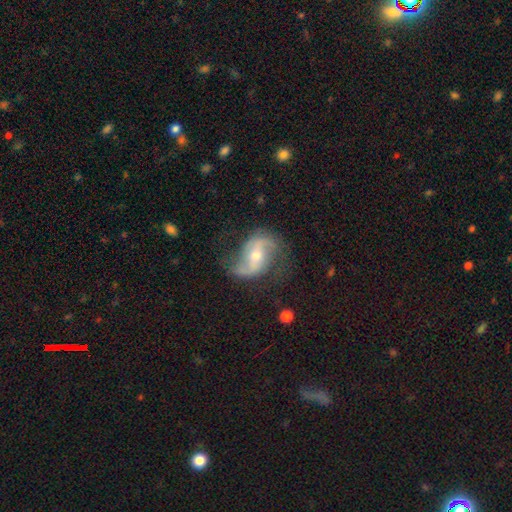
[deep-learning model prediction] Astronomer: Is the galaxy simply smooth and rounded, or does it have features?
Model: featured or disk — 85%.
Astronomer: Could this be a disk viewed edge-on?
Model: no — 96%.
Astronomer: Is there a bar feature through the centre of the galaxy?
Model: weak — 38% (runner-up: strong, 33%).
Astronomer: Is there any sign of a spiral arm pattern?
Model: yes — 94%.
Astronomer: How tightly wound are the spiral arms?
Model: loose — 63%.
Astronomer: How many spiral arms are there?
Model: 2 — 91%.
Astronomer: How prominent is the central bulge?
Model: moderate — 54% (runner-up: small, 41%).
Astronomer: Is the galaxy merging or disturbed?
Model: none — 69%.